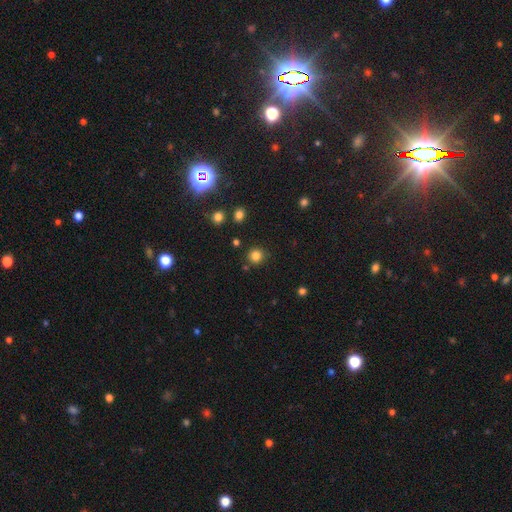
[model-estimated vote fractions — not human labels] Smooth or featured?
  - smooth: 83% *
  - star or artifact: 12%
  - featured or disk: 4%
How rounded?
  - round: 91% *
  - in between: 8%
  - cigar-shaped: 1%
Merging?
  - none: 86% *
  - minor disturbance: 8%
  - merger: 4%
  - major disturbance: 3%